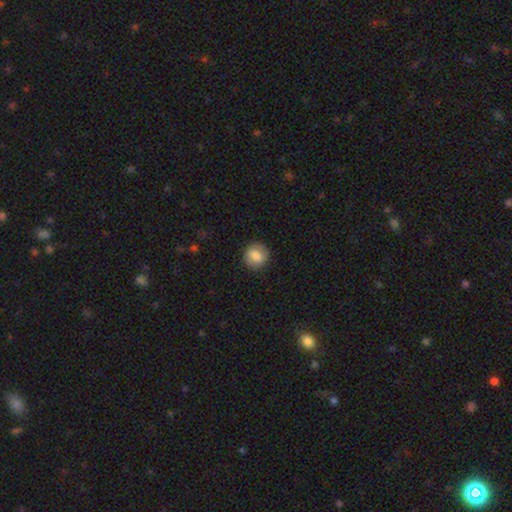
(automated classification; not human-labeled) The model was most divided on "smooth or featured": smooth: 77%, featured or disk: 15%, star or artifact: 8%. More confident: how rounded — round (87%); merging — none (87%).